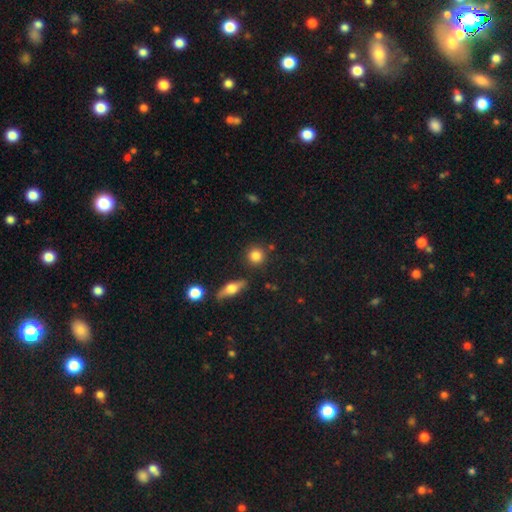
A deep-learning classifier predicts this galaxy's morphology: Smooth or featured? smooth (82%)
How rounded? round (89%)
Merging? none (83%)